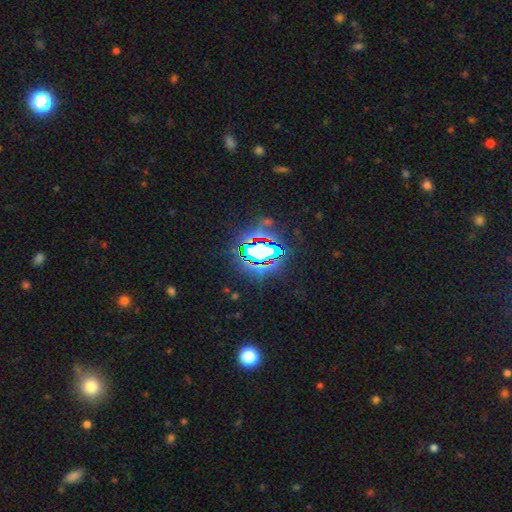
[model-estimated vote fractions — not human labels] smooth_or_featured: star or artifact (p=0.73) [alt: smooth p=0.15]